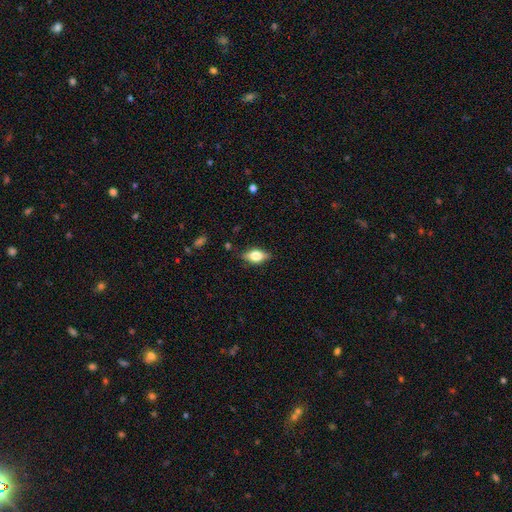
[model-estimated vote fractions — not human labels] A smooth galaxy with no disk features (56%) that is in between round and cigar-shaped (80%).

Vote fractions:
- Smooth or featured? smooth: 56% / featured or disk: 35% / star or artifact: 9%
- How rounded? in between: 80% / cigar-shaped: 11% / round: 10%
- Merging? none: 80% / minor disturbance: 15% / major disturbance: 4% / merger: 1%